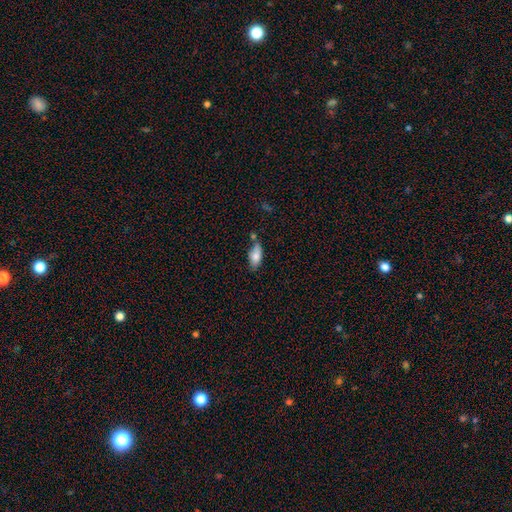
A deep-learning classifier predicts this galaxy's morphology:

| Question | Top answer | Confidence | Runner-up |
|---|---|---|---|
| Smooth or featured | smooth | 78% | featured or disk (15%) |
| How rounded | in between | 85% | cigar-shaped (12%) |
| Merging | none | 59% | minor disturbance (24%) |